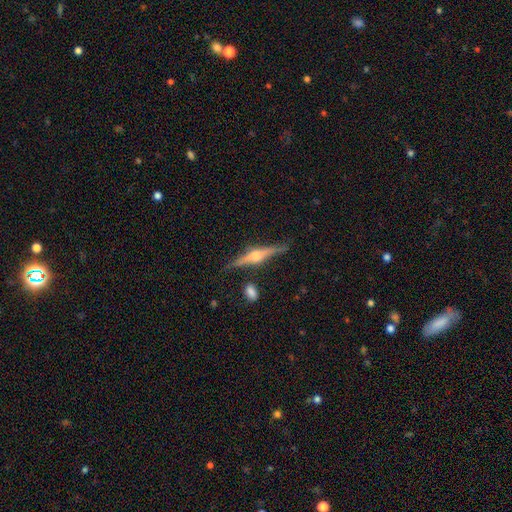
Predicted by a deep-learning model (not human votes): smooth_or_featured: featured or disk (p=0.81) [alt: smooth p=0.13]
disk_edge_on: yes (p=0.98) [alt: no p=0.02]
edge_on_bulge: rounded (p=0.93) [alt: boxy p=0.05]
merging: none (p=0.82) [alt: minor disturbance p=0.11]